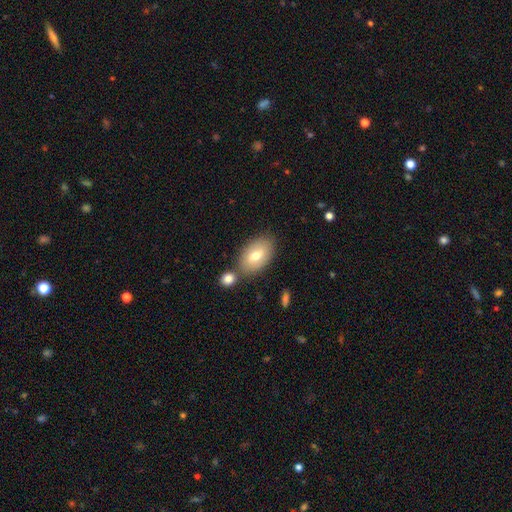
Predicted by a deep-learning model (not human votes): A smooth galaxy with no disk features (71%) that is in between round and cigar-shaped (92%). Merging: none (68%).